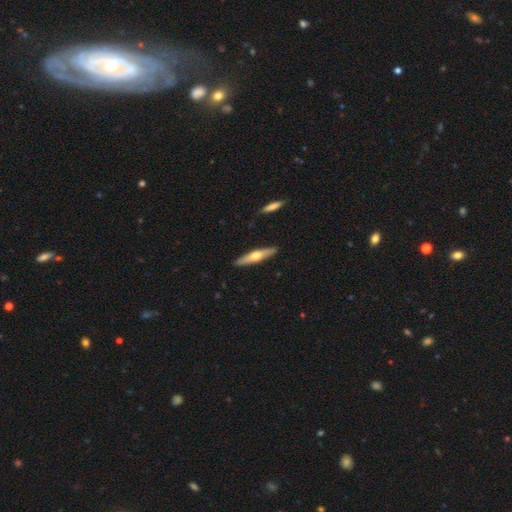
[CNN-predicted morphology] Smooth or featured? featured or disk (52%)
Edge-on disk? yes (93%)
Merging? none (89%)